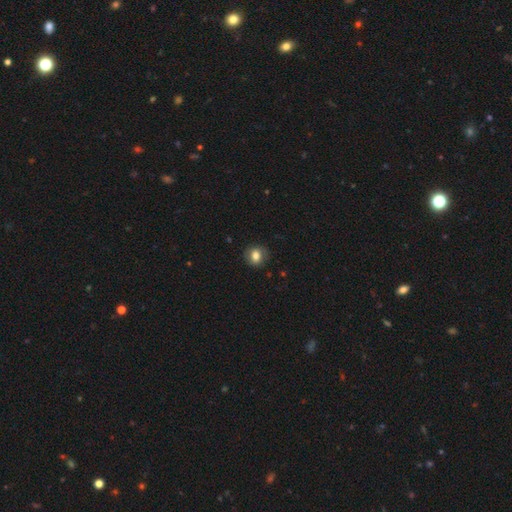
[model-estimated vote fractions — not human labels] smooth_or_featured: smooth (p=0.77) [alt: featured or disk p=0.13]
how_rounded: round (p=0.71) [alt: in between p=0.28]
merging: none (p=0.84) [alt: minor disturbance p=0.11]